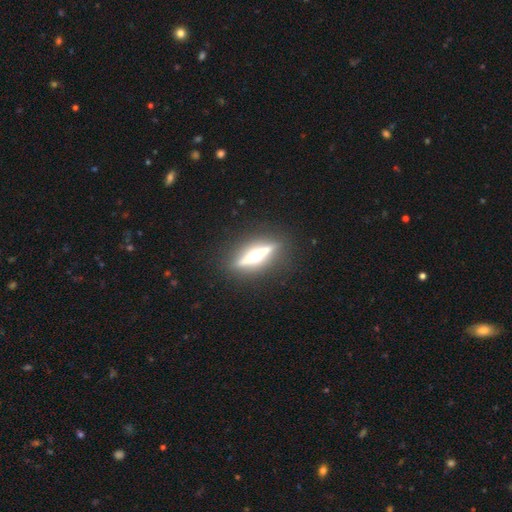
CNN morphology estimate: Q: Smooth or featured?
A: featured or disk (80%); runner-up: smooth (14%)
Q: Edge-on disk?
A: yes (96%); runner-up: no (4%)
Q: Edge-on bulge?
A: rounded (96%); runner-up: boxy (3%)
Q: Merging?
A: none (89%); runner-up: minor disturbance (7%)